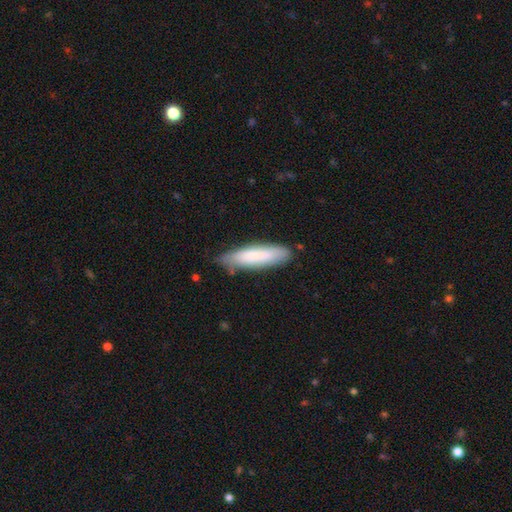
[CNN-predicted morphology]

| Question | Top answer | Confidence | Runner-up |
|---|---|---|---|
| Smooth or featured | smooth | 79% | featured or disk (15%) |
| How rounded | cigar-shaped | 67% | in between (32%) |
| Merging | none | 76% | minor disturbance (19%) |